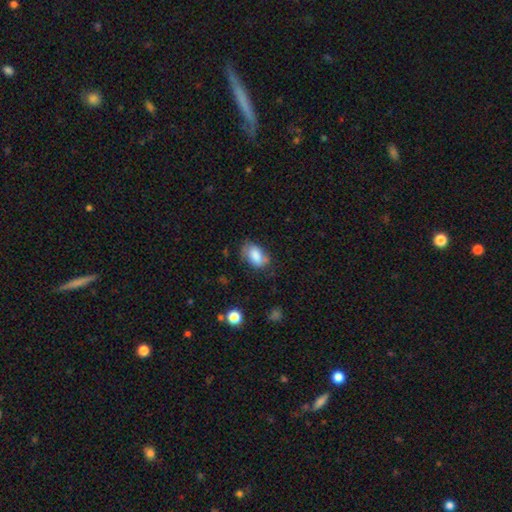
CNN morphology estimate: smooth 80%, featured or disk 12%, star or artifact 8%. Down the decision tree: how rounded — in between (88%); merging — none (57%).